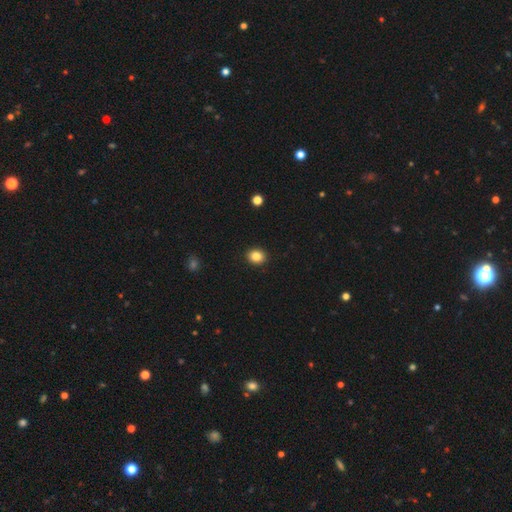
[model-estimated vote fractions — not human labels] Overall: smooth (85%). How rounded: round (63%; in between 37%). Merging: none (91%).